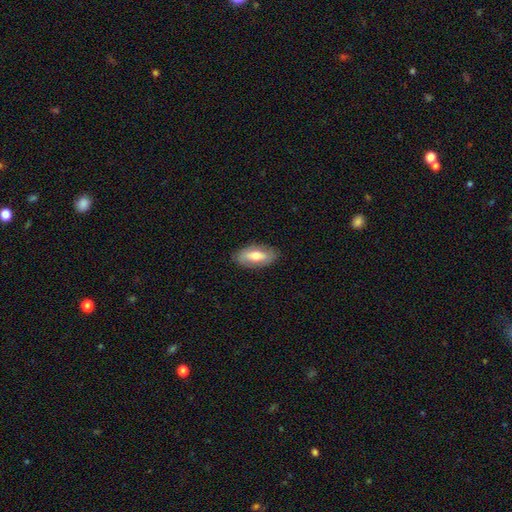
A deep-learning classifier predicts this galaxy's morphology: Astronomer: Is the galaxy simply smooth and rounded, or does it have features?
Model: smooth — 60%.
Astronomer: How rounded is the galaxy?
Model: in between — 89%.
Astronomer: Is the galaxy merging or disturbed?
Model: none — 84%.